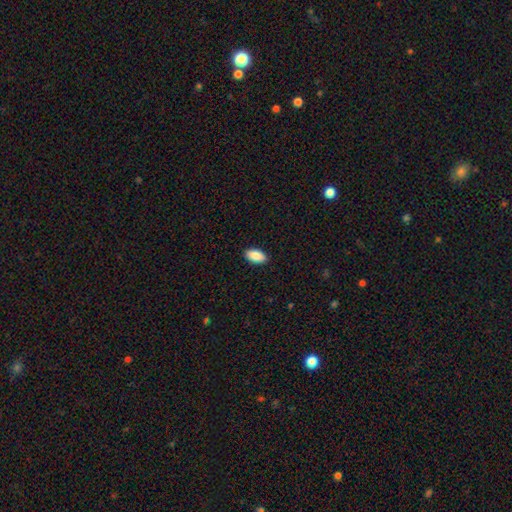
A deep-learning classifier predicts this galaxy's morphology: A smooth galaxy with no disk features (89%) that is in between round and cigar-shaped (94%). Merging: none (90%).